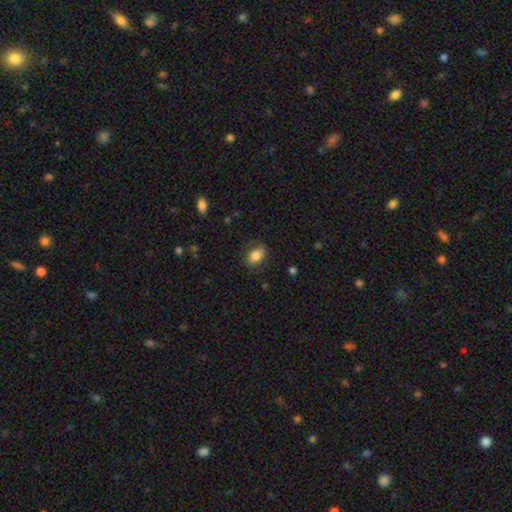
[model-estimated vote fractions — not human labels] A smooth galaxy with no disk features (81%) that is in between round and cigar-shaped (84%).

Vote fractions:
- Smooth or featured? smooth: 81% / featured or disk: 11% / star or artifact: 8%
- How rounded? in between: 84% / round: 14% / cigar-shaped: 2%
- Merging? none: 79% / minor disturbance: 15% / major disturbance: 5% / merger: 1%